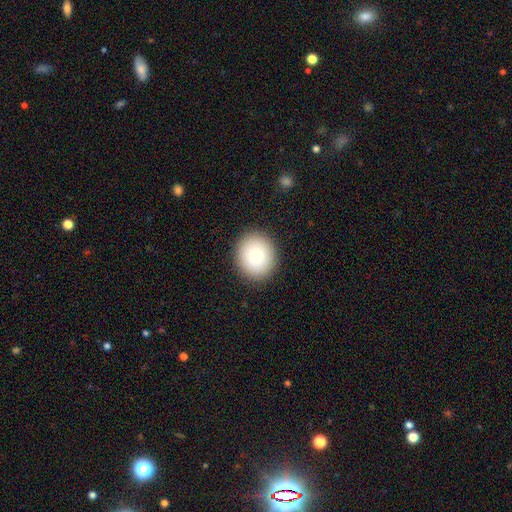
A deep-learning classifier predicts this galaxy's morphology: This appears to be a smooth galaxy with no disk features (74%) that is round (80%). Merging: none (91%).